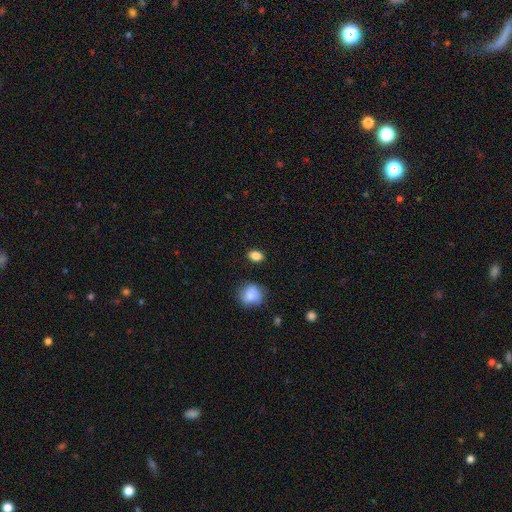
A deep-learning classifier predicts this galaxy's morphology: Overall: smooth (86%). How rounded: in between (75%). Merging: none (85%).